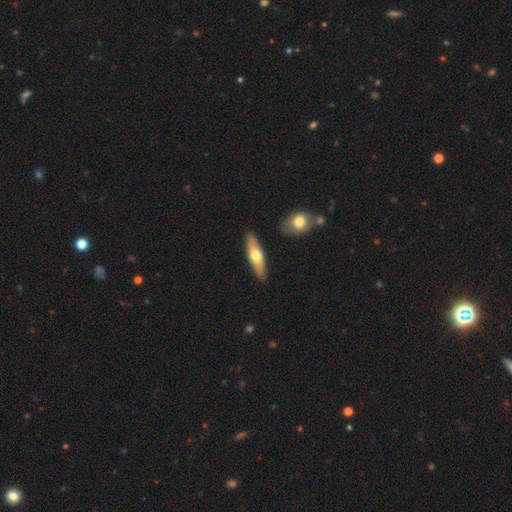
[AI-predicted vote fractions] Smooth or featured? Predicted: smooth (p=0.54). How rounded? Predicted: cigar-shaped (p=0.64). Merging? Predicted: none (p=0.88).